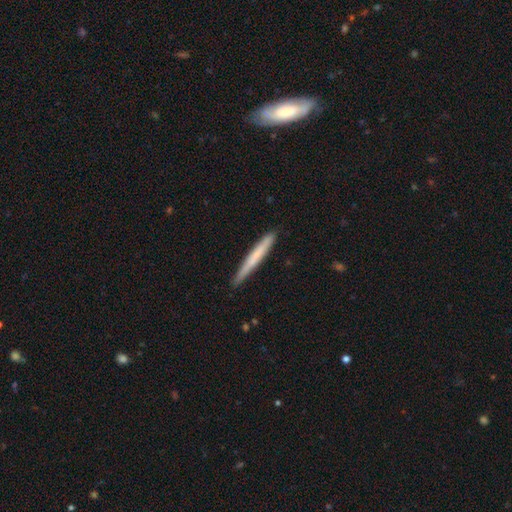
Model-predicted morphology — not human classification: Smooth or featured? smooth (62%)
How rounded? cigar-shaped (97%)
Merging? none (89%)